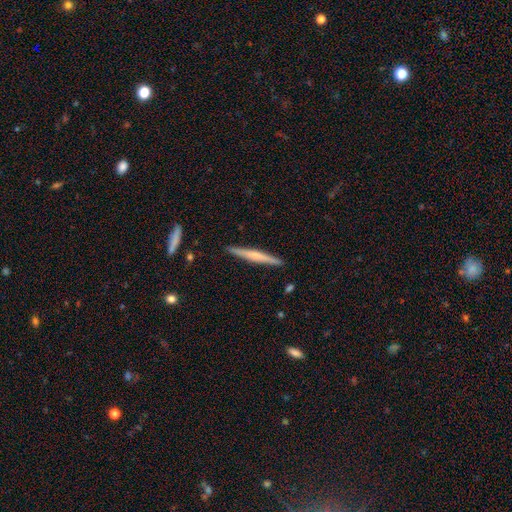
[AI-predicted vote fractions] Smooth or featured? Predicted: featured or disk (p=0.53). Edge-on disk? Predicted: yes (p=0.98). Edge-on bulge? Predicted: rounded (p=0.48). Merging? Predicted: none (p=0.91).